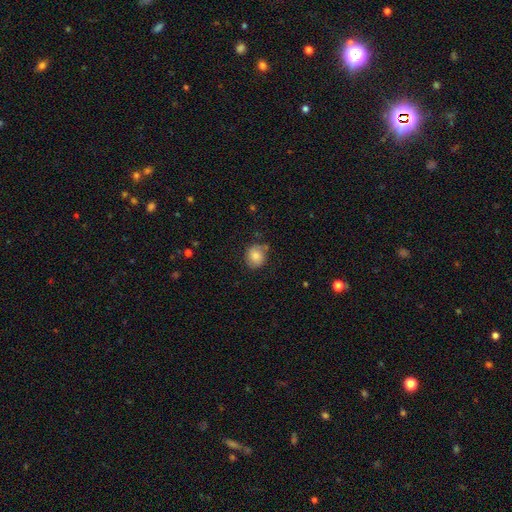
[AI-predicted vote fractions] The model was most divided on "how rounded": round: 71%, in between: 28%, cigar-shaped: 1%. More confident: smooth or featured — smooth (77%); merging — none (68%).